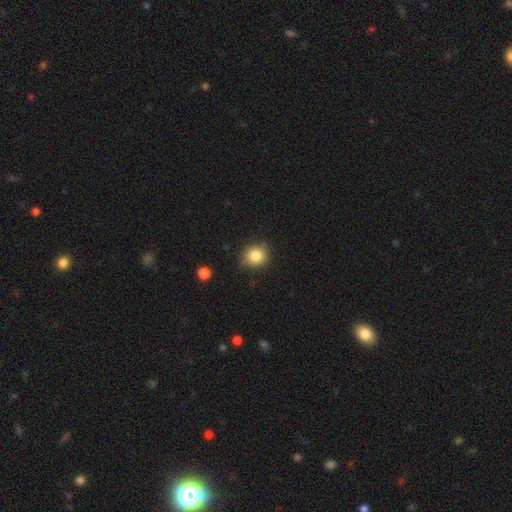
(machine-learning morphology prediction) This appears to be a smooth galaxy with no disk features (83%) that is round (84%). Merging: none (81%).